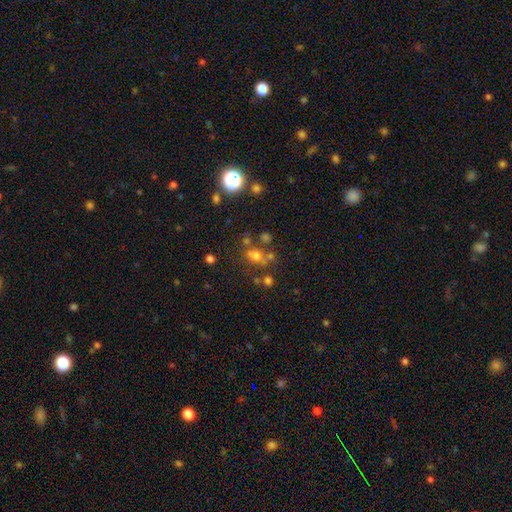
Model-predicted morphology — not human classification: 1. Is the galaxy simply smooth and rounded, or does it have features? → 59% smooth, 24% star or artifact, 17% featured or disk.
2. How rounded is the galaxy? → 49% round, 48% in between, 3% cigar-shaped.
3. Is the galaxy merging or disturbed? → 49% none, 27% merger, 15% minor disturbance, 10% major disturbance.